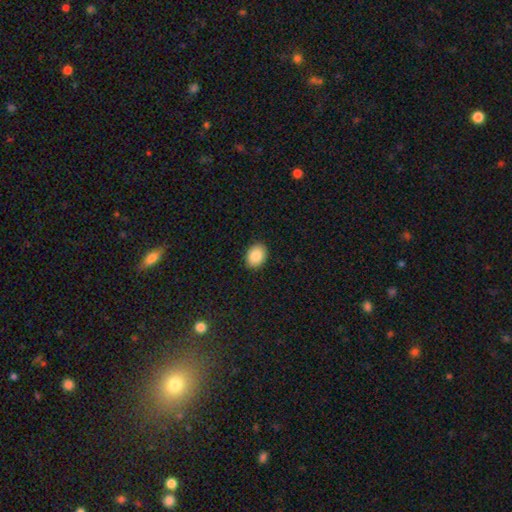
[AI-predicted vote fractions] smooth_or_featured: smooth (p=0.87) [alt: star or artifact p=0.08]
how_rounded: in between (p=0.65) [alt: round p=0.34]
merging: none (p=0.90) [alt: minor disturbance p=0.08]